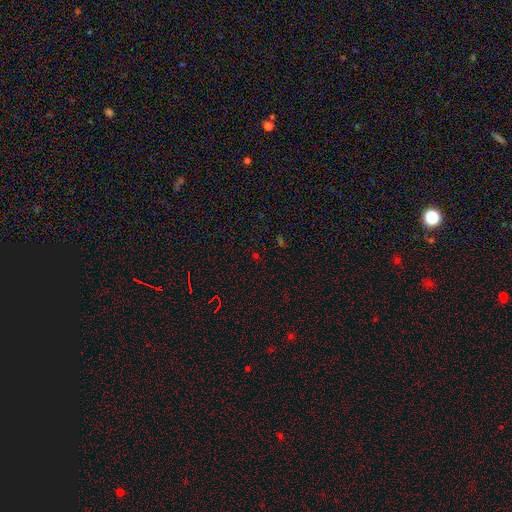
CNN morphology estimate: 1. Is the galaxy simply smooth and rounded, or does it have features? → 65% star or artifact, 27% smooth, 8% featured or disk.